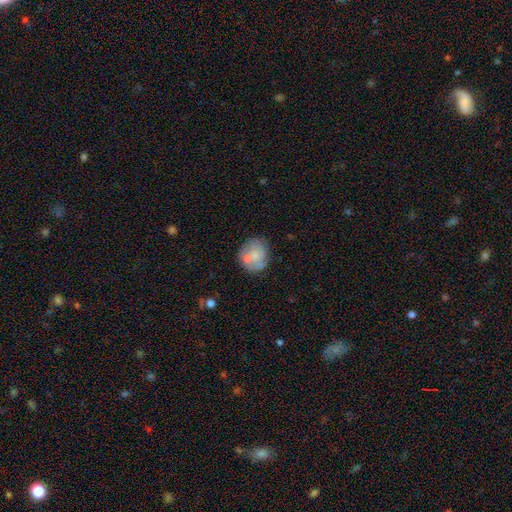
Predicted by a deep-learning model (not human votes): Overall: smooth (49%; featured or disk 43%). Merging: none (55%; minor disturbance 20%).